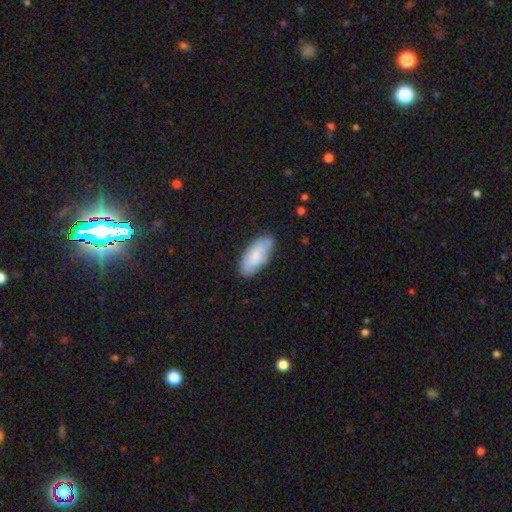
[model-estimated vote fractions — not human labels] Q: Smooth or featured?
A: smooth (77%); runner-up: featured or disk (17%)
Q: How rounded?
A: in between (88%); runner-up: cigar-shaped (10%)
Q: Merging?
A: none (76%); runner-up: minor disturbance (18%)